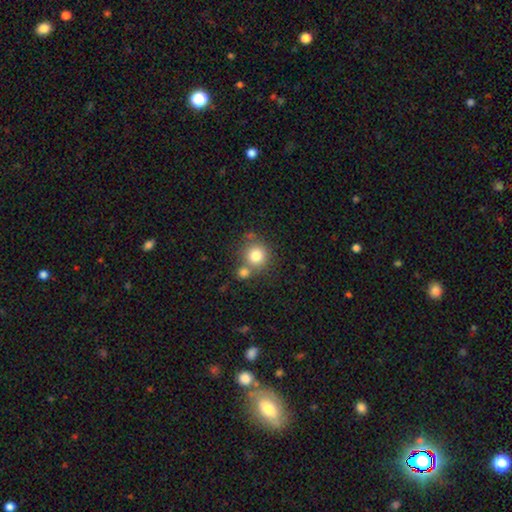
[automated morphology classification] The model was most divided on "merging": none: 60%, merger: 27%, minor disturbance: 9%, major disturbance: 3%. More confident: how rounded — round (89%); smooth or featured — smooth (79%).